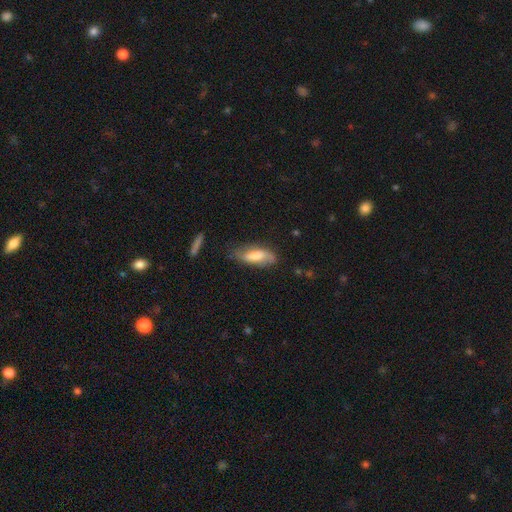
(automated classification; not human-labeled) A smooth galaxy with no disk features (58%) that is in between round and cigar-shaped (70%).

Vote fractions:
- Smooth or featured? smooth: 58% / featured or disk: 35% / star or artifact: 7%
- How rounded? in between: 70% / cigar-shaped: 28% / round: 2%
- Merging? none: 60% / minor disturbance: 28% / major disturbance: 9% / merger: 3%